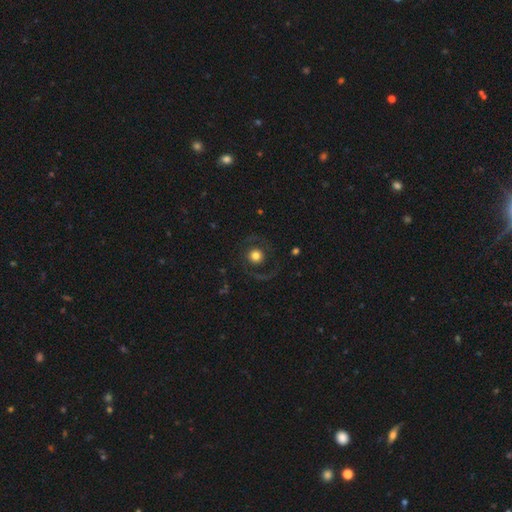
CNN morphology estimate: featured or disk 46%, smooth 45%, star or artifact 10%. Down the decision tree: merging — none (77%).